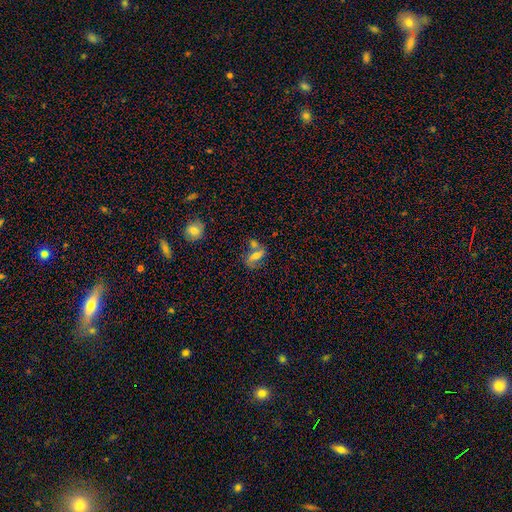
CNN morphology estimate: This is possibly a smooth galaxy (54%). How rounded: likely in between (70%). Merging: possibly none (48%).